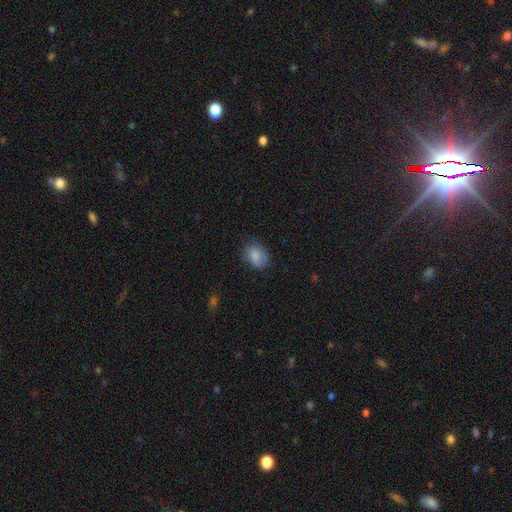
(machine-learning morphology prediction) Smooth or featured? Predicted: smooth (p=0.82). How rounded? Predicted: in between (p=0.58). Merging? Predicted: none (p=0.67).